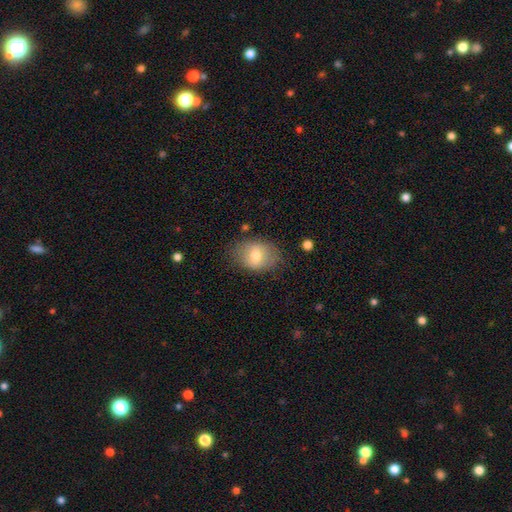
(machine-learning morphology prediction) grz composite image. It shows a smooth galaxy with no disk features (70%) that is in between round and cigar-shaped (66%). Merging: none (73%).